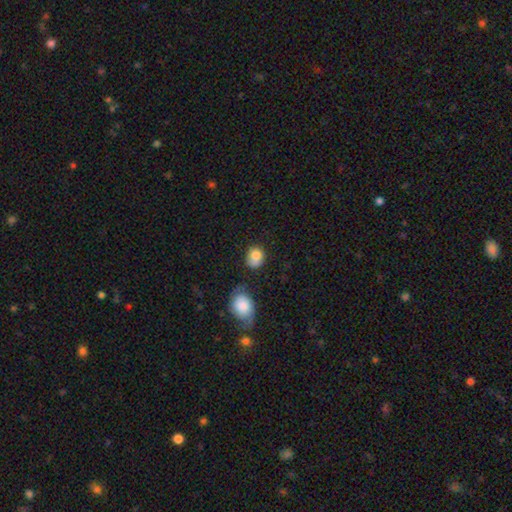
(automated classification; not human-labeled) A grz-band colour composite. It shows a smooth galaxy with no disk features (82%) that is round (61%). Merging: none (52%).